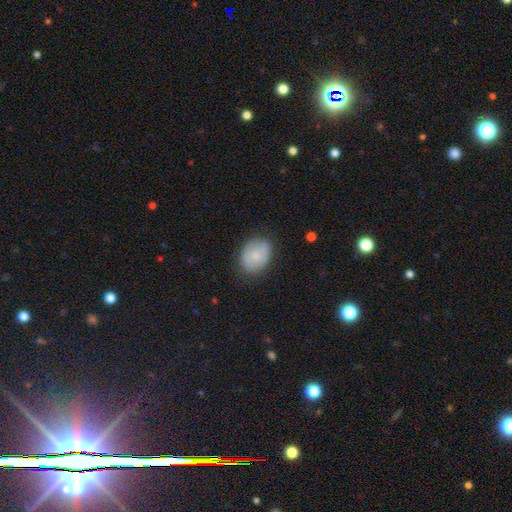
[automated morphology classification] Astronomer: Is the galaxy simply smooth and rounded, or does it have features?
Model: smooth — 78%.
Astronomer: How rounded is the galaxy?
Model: in between — 61% (runner-up: round, 38%).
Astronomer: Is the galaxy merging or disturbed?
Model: none — 79%.